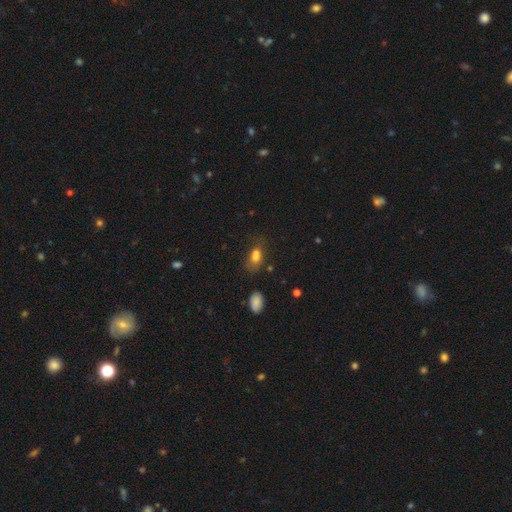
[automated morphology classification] smooth_or_featured: smooth (p=0.73) [alt: star or artifact p=0.15]
how_rounded: in between (p=0.79) [alt: round p=0.17]
merging: none (p=0.42) [alt: minor disturbance p=0.22]